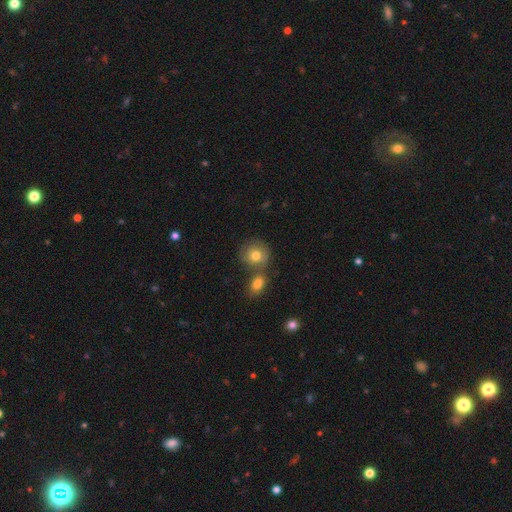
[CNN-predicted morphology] Smooth or featured?
  - smooth: 74% *
  - featured or disk: 17%
  - star or artifact: 9%
How rounded?
  - round: 84% *
  - in between: 15%
  - cigar-shaped: 1%
Merging?
  - none: 55% *
  - merger: 29%
  - minor disturbance: 12%
  - major disturbance: 4%